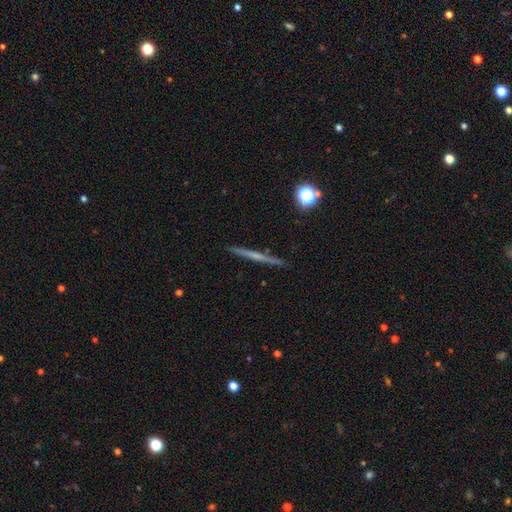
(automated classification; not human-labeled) smooth_or_featured: featured or disk (p=0.58) [alt: smooth p=0.34]
disk_edge_on: yes (p=0.97) [alt: no p=0.03]
edge_on_bulge: none (p=0.73) [alt: rounded p=0.21]
merging: none (p=0.91) [alt: minor disturbance p=0.06]